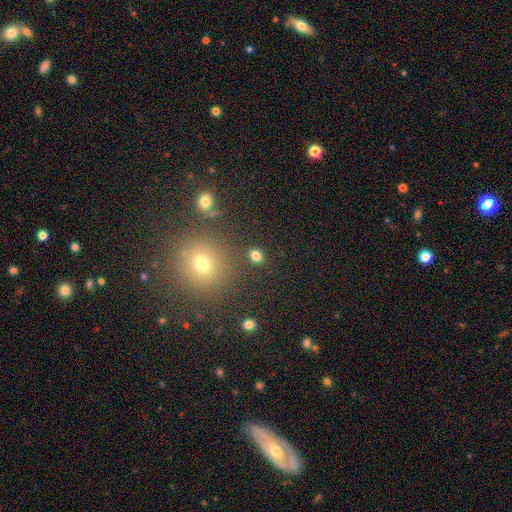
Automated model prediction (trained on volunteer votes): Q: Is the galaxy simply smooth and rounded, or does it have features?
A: smooth — 79%.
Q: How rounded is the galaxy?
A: round — 61%.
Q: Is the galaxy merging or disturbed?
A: none — 85%.